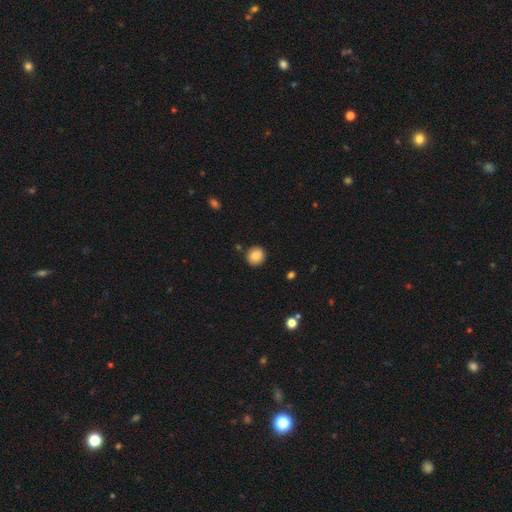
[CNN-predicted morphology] smooth-or-featured: smooth: 84% | star or artifact: 9% | featured or disk: 7%
  how-rounded: round: 92% | in between: 7% | cigar-shaped: 1%
  merging: none: 88% | minor disturbance: 8% | merger: 2% | major disturbance: 2%